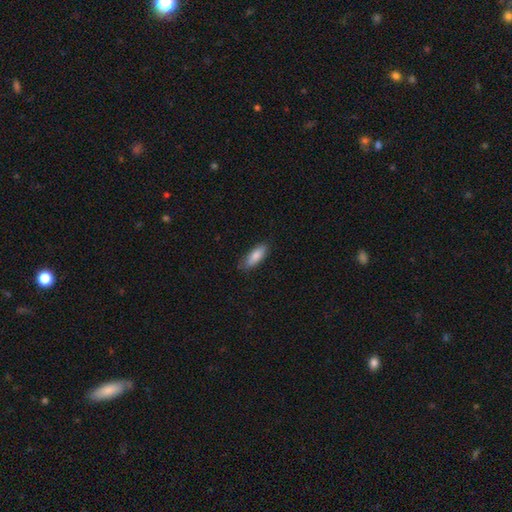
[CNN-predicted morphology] Smooth or featured? Predicted: smooth (p=0.83). How rounded? Predicted: in between (p=0.65). Merging? Predicted: none (p=0.81).